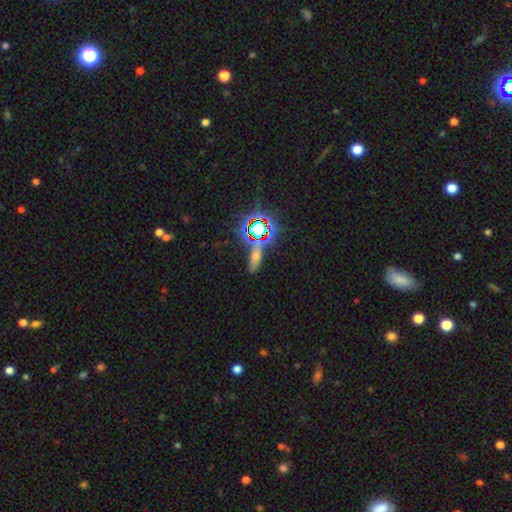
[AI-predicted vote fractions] Overall: star or artifact (44%; smooth 38%).